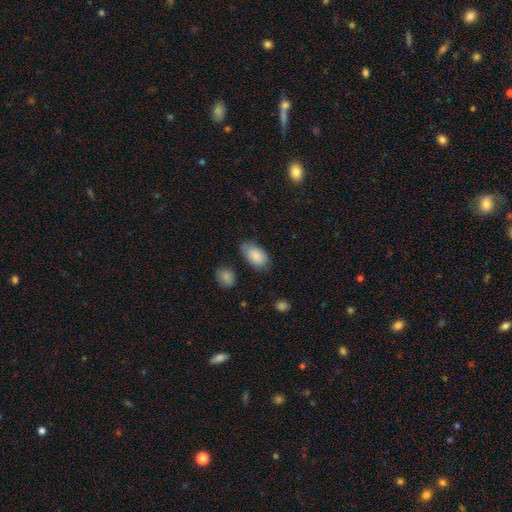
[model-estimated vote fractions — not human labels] Smooth or featured? Predicted: smooth (p=0.86). How rounded? Predicted: in between (p=0.94). Merging? Predicted: none (p=0.73).